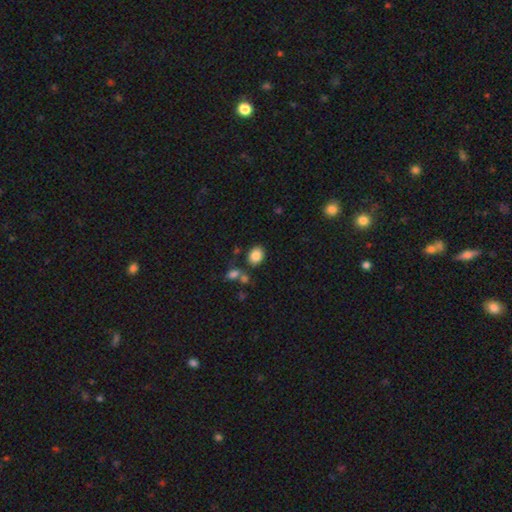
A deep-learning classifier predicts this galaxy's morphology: Smooth or featured: smooth — 85% (star or artifact — 9%)
How rounded: in between — 60% (round — 39%)
Merging: none — 76% (minor disturbance — 11%)